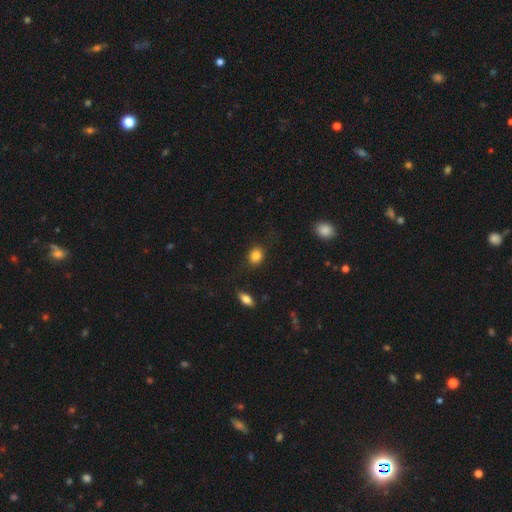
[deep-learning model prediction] smooth 85%, star or artifact 9%, featured or disk 6%. Down the decision tree: how rounded — round (52%); merging — none (81%).